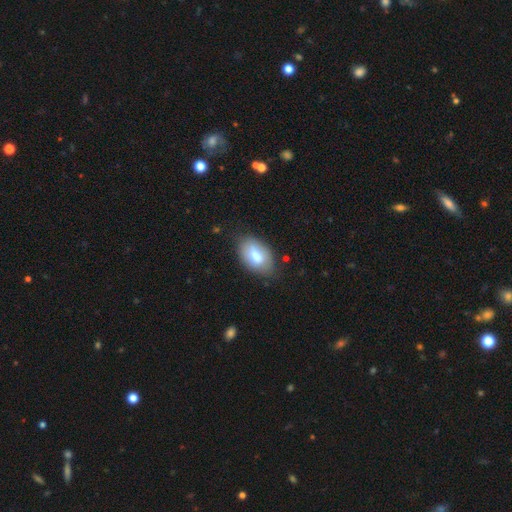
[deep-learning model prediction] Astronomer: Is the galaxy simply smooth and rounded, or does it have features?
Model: smooth — 77%.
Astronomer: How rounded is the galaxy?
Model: in between — 92%.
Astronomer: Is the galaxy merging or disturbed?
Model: none — 72%.